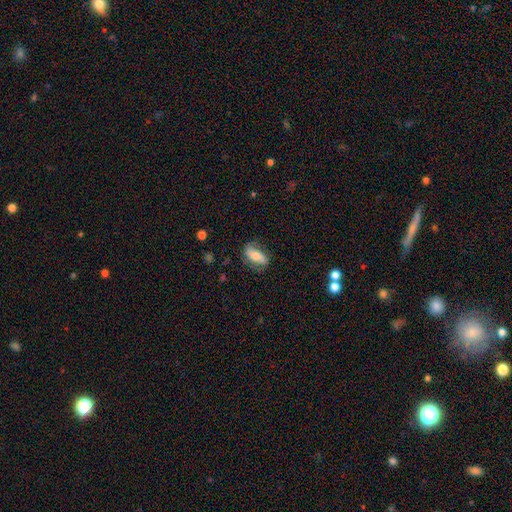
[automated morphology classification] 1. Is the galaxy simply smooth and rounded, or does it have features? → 47% featured or disk, 46% smooth, 7% star or artifact.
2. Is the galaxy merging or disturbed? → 70% none, 21% minor disturbance, 8% major disturbance, 2% merger.